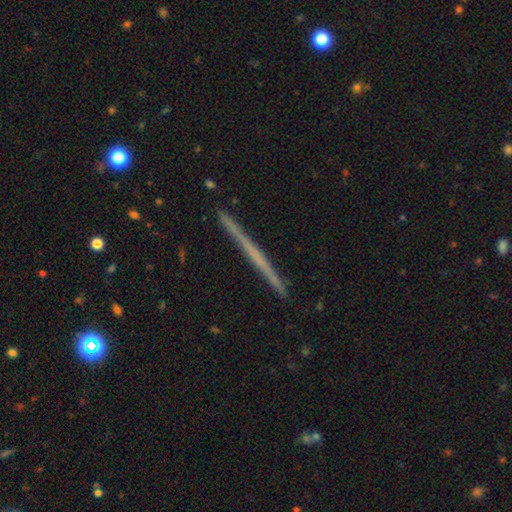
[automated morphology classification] Smooth or featured: featured or disk — 62% (smooth — 31%)
Edge-on disk: yes — 98% (no — 2%)
Edge-on bulge: none — 83% (rounded — 12%)
Merging: none — 92% (minor disturbance — 6%)